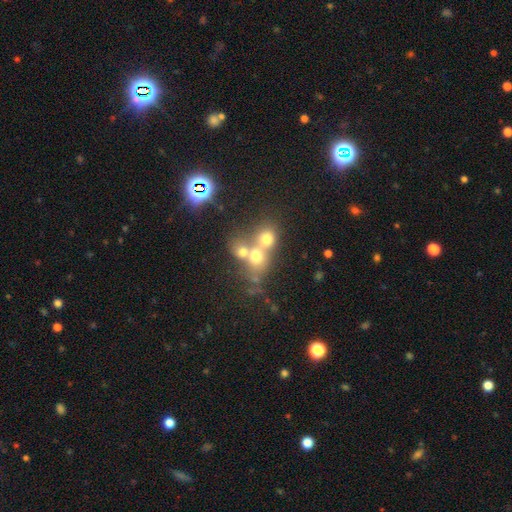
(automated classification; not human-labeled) smooth_or_featured: smooth (p=0.62) [alt: featured or disk p=0.21]
how_rounded: round (p=0.69) [alt: in between p=0.29]
merging: merger (p=0.61) [alt: none p=0.28]